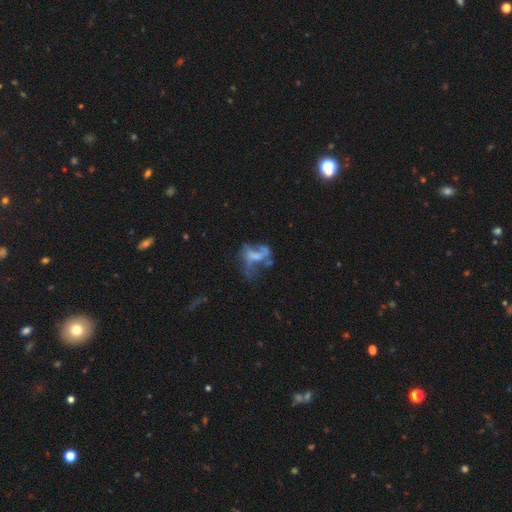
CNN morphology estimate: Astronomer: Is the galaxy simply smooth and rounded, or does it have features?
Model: featured or disk — 56%.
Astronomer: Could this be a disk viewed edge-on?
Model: no — 96%.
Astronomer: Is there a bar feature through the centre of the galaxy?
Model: no — 69%.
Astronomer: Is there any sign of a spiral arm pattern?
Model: no — 69%.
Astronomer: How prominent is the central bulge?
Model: none — 52%.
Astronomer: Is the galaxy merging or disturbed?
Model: major disturbance — 45% (runner-up: none, 24%).